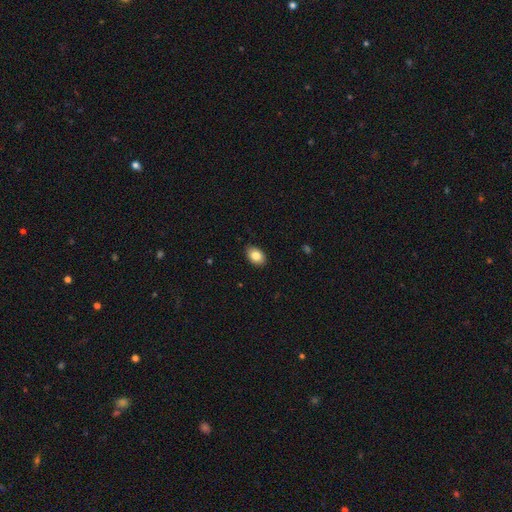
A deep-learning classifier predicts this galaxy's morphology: This is clearly a smooth galaxy (84%). How rounded: clearly in between (85%). Merging: clearly none (86%).